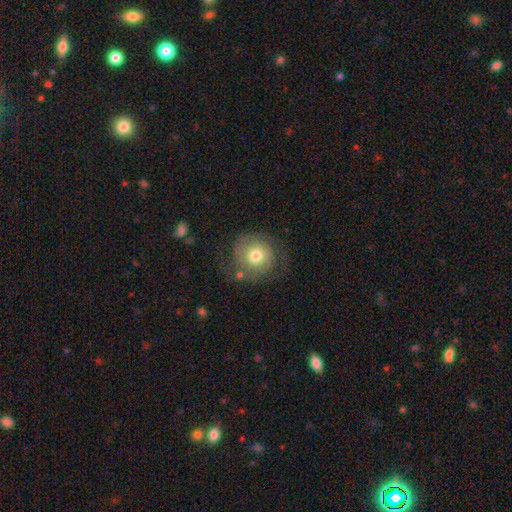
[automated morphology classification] Q: Smooth or featured?
A: featured or disk (49%); runner-up: smooth (42%)
Q: Merging?
A: none (63%); runner-up: minor disturbance (18%)